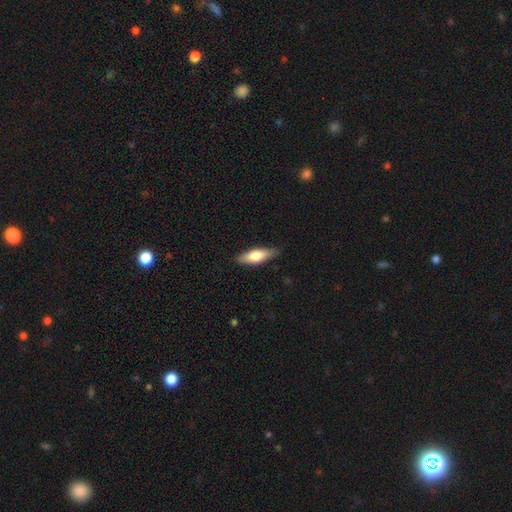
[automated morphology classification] A smooth galaxy with no disk features (69%) that is in between round and cigar-shaped (54%). Merging: none (84%).